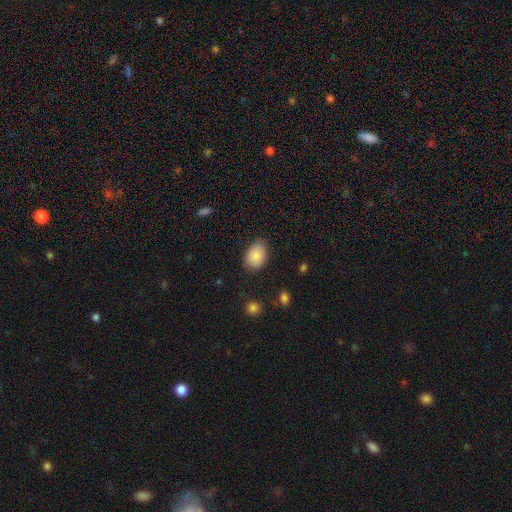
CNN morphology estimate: This appears to be a smooth galaxy with no disk features (87%) that is in between round and cigar-shaped (79%). Merging: none (74%).